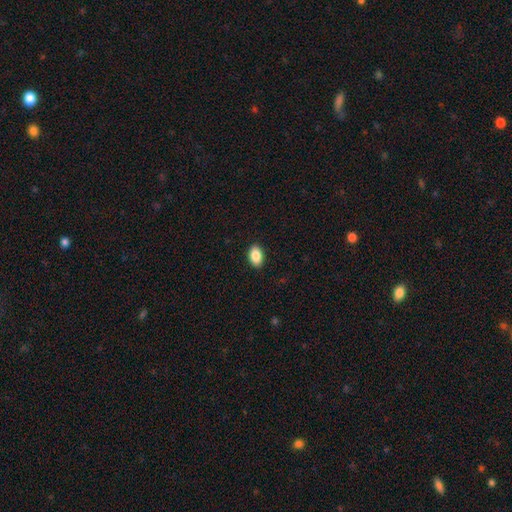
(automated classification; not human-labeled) A smooth galaxy with no disk features (88%) that is in between round and cigar-shaped (92%).

Vote fractions:
- Smooth or featured? smooth: 88% / star or artifact: 7% / featured or disk: 5%
- How rounded? in between: 92% / round: 7% / cigar-shaped: 2%
- Merging? none: 90% / minor disturbance: 7% / major disturbance: 2% / merger: 1%